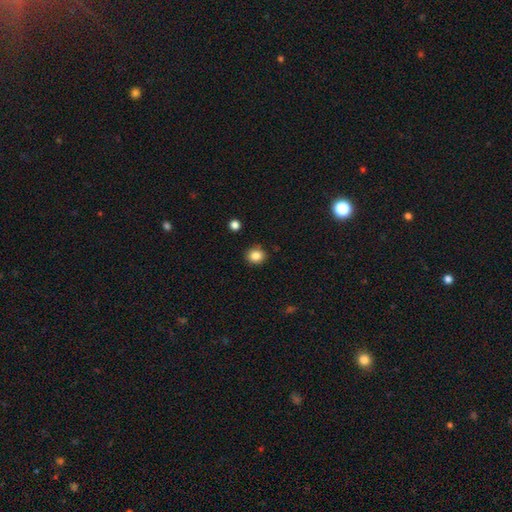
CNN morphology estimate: A smooth galaxy with no disk features (86%) that is round (79%). Merging: none (88%).